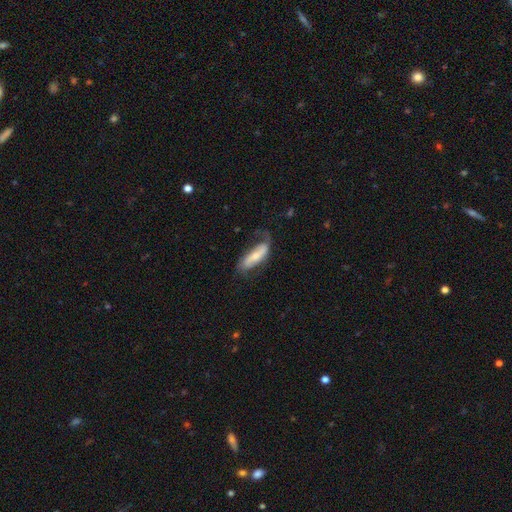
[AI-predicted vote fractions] Morphology: type=featured or disk (58%); edge-on=no (82%); merging=none (50%).